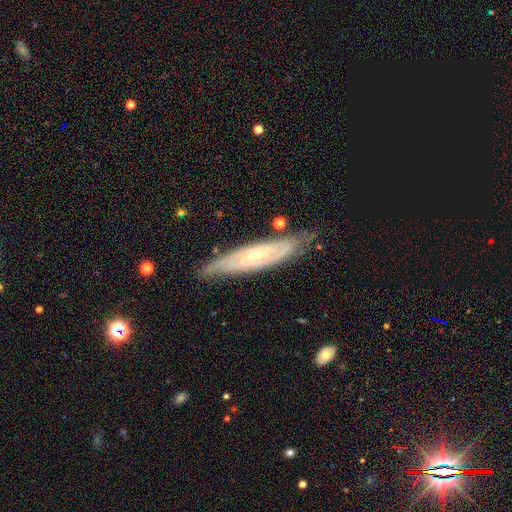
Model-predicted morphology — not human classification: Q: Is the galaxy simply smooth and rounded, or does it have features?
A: featured or disk — 81%.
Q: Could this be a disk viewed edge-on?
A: no — 71%.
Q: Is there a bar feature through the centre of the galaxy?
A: no — 47%.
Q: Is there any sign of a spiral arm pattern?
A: yes — 92%.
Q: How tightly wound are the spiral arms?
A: tight — 59%.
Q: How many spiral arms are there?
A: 2 — 49%.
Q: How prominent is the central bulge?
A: small — 68%.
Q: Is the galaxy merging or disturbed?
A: none — 76%.